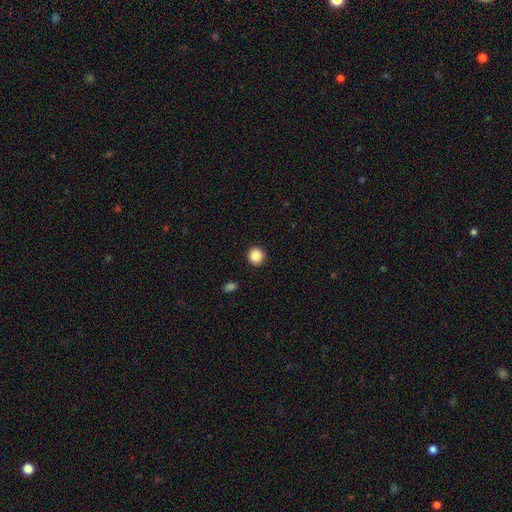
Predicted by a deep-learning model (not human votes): smooth-or-featured: smooth: 88% | star or artifact: 9% | featured or disk: 3%
  how-rounded: round: 94% | in between: 5% | cigar-shaped: 1%
  merging: none: 92% | minor disturbance: 5% | major disturbance: 2% | merger: 1%